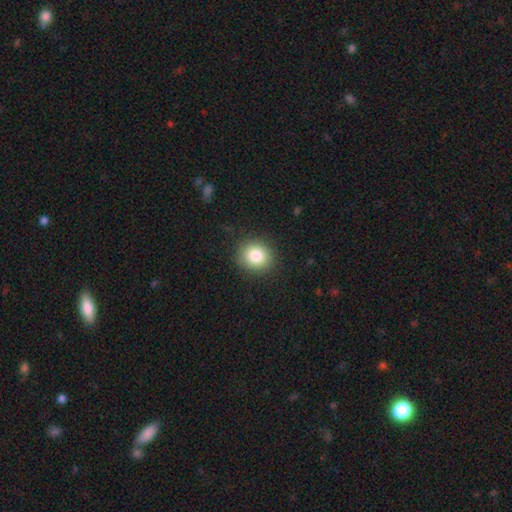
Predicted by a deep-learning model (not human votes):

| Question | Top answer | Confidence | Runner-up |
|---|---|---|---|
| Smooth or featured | smooth | 83% | star or artifact (10%) |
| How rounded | round | 85% | in between (14%) |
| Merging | none | 89% | minor disturbance (8%) |